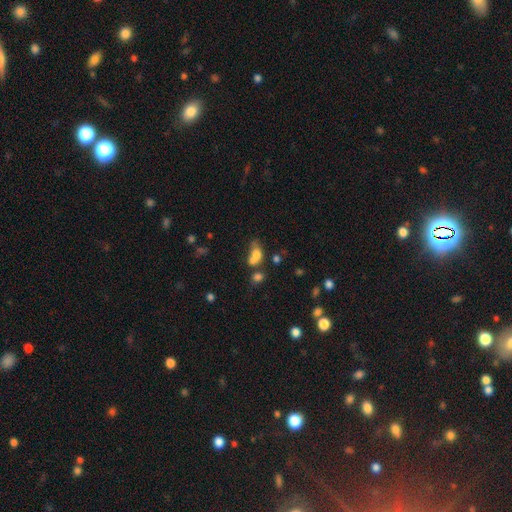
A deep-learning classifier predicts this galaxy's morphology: Q: Smooth or featured?
A: smooth (70%); runner-up: featured or disk (17%)
Q: How rounded?
A: in between (71%); runner-up: round (25%)
Q: Merging?
A: merger (49%); runner-up: none (24%)